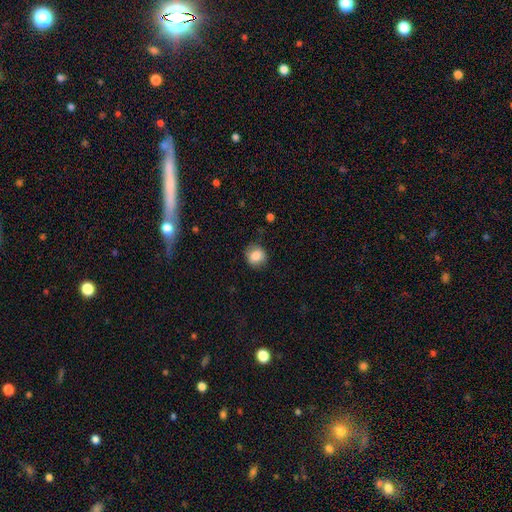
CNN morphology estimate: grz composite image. It shows a smooth galaxy with no disk features (83%) that is round (80%). Merging: none (78%).